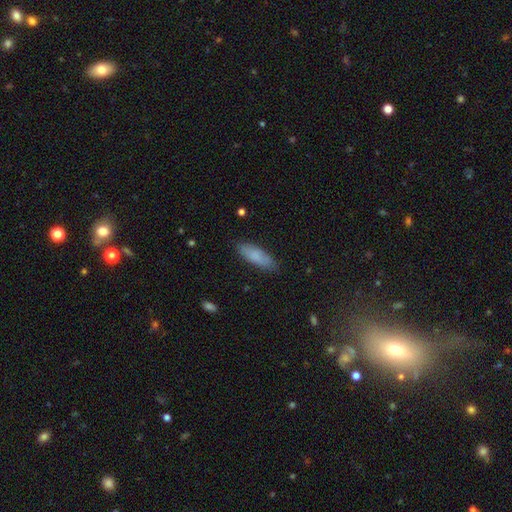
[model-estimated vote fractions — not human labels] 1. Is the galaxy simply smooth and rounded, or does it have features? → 84% smooth, 10% featured or disk, 6% star or artifact.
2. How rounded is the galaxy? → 55% in between, 43% cigar-shaped, 2% round.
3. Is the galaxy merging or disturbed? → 84% none, 12% minor disturbance, 2% major disturbance, 1% merger.